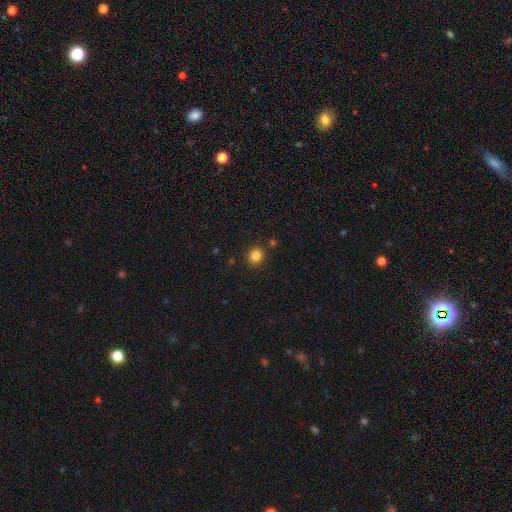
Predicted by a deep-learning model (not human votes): A smooth galaxy with no disk features (84%) that is round (88%).

Vote fractions:
- Smooth or featured? smooth: 84% / star or artifact: 12% / featured or disk: 4%
- How rounded? round: 88% / in between: 11% / cigar-shaped: 1%
- Merging? none: 88% / minor disturbance: 6% / merger: 3% / major disturbance: 2%